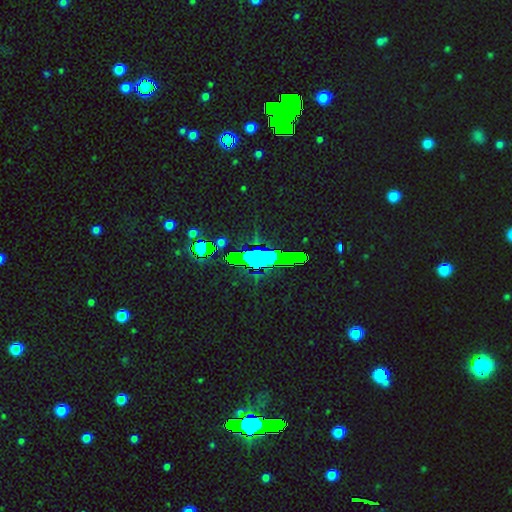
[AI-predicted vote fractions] star or artifact 71%, smooth 19%, featured or disk 10%.